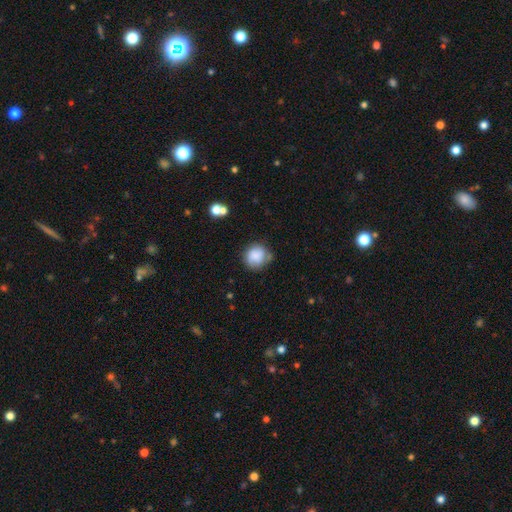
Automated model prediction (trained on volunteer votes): Smooth or featured? Predicted: smooth (p=0.81). How rounded? Predicted: round (p=0.82). Merging? Predicted: none (p=0.61).